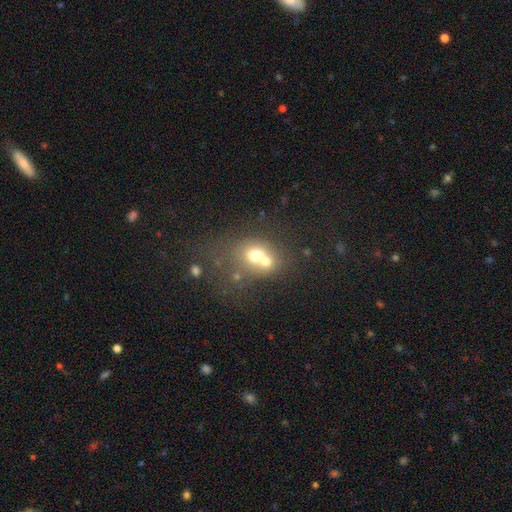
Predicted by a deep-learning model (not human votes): Q: Smooth or featured?
A: smooth (61%); runner-up: featured or disk (25%)
Q: How rounded?
A: round (60%); runner-up: in between (39%)
Q: Merging?
A: merger (64%); runner-up: none (24%)